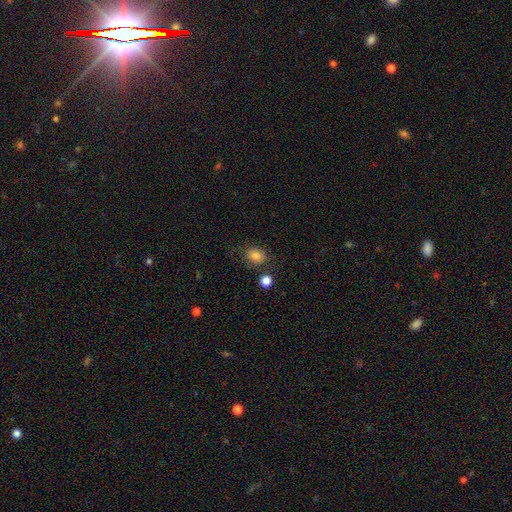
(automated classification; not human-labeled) Overall: smooth (83%). How rounded: in between (63%; round 36%). Merging: none (73%).